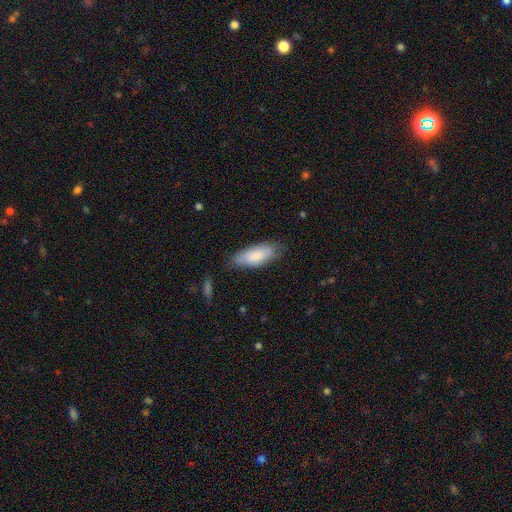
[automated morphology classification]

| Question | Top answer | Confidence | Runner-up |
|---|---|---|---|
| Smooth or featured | smooth | 77% | featured or disk (17%) |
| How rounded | in between | 79% | cigar-shaped (19%) |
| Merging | none | 67% | minor disturbance (25%) |